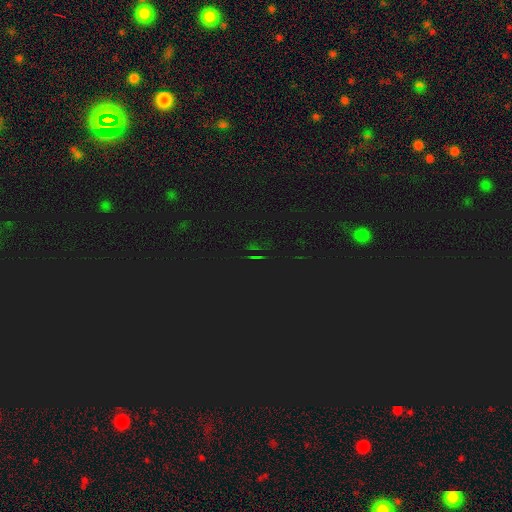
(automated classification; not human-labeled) A star or artifact, not a galaxy (80%).

Vote fractions:
- Smooth or featured? star or artifact: 80% / smooth: 12% / featured or disk: 8%